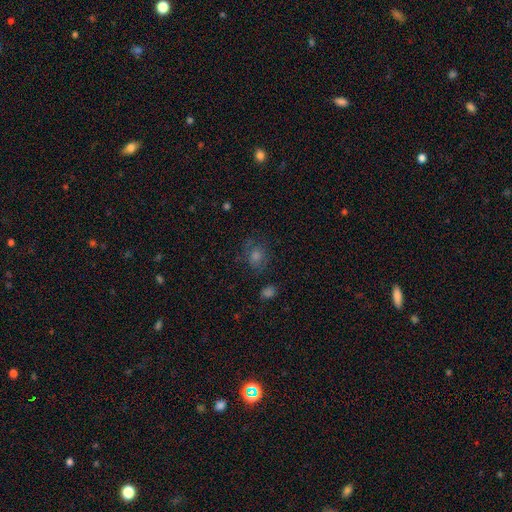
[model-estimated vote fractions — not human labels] Smooth or featured?
  - smooth: 51% *
  - star or artifact: 29%
  - featured or disk: 19%
How rounded?
  - round: 74% *
  - in between: 25%
  - cigar-shaped: 1%
Merging?
  - none: 74% *
  - minor disturbance: 15%
  - major disturbance: 7%
  - merger: 3%